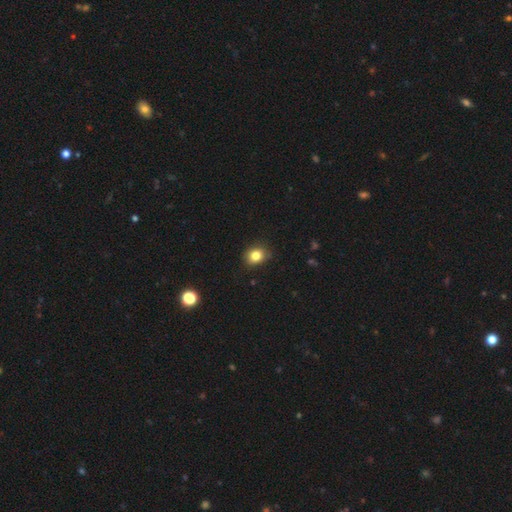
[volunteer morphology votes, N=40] This appears to be a smooth galaxy with no disk features (92%) that is round (51%). Merging: none (82%).